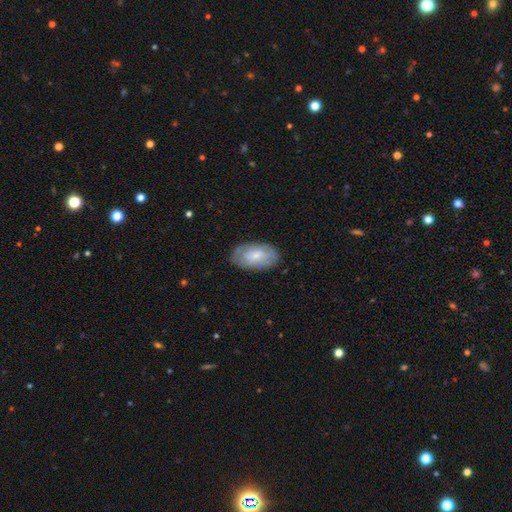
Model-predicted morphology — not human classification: Smooth or featured? smooth (59%)
How rounded? in between (94%)
Merging? none (78%)